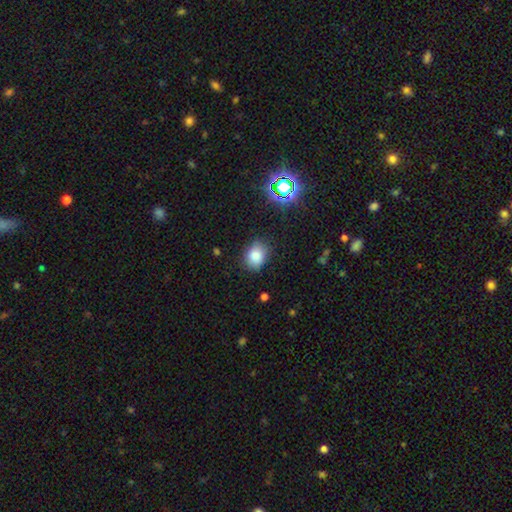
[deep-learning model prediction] This is clearly a smooth galaxy (82%). How rounded: possibly in between (53%). Merging: likely none (79%).